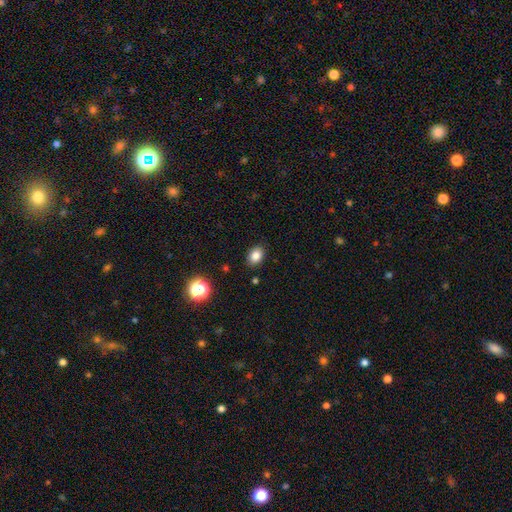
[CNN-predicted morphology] type=smooth (83%); roundness=in between (74%); merging=none (87%).